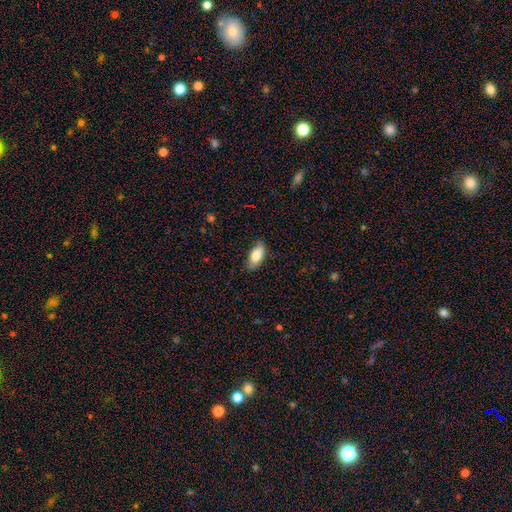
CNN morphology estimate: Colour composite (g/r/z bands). It shows a smooth galaxy with no disk features (79%) that is in between round and cigar-shaped (88%). Merging: none (77%).